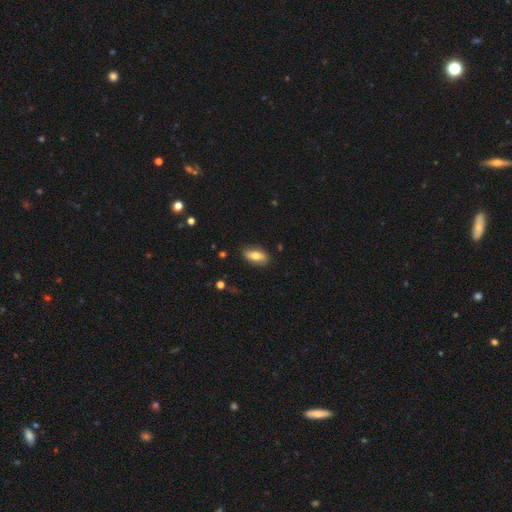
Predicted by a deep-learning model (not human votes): smooth 68%, featured or disk 25%, star or artifact 7%. Down the decision tree: how rounded — in between (85%); merging — none (83%).